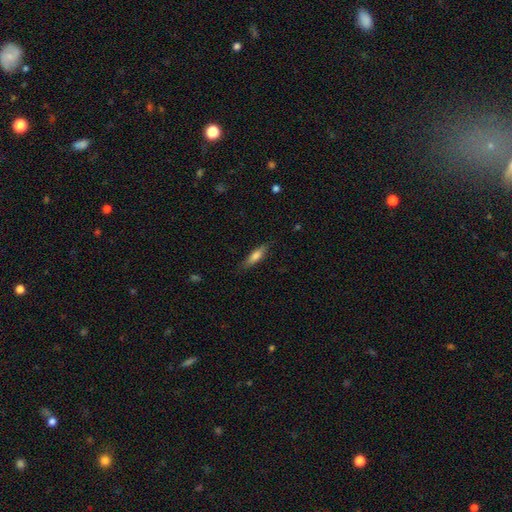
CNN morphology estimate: Smooth or featured: smooth — 67% (featured or disk — 26%)
How rounded: cigar-shaped — 66% (in between — 32%)
Merging: none — 82% (minor disturbance — 14%)